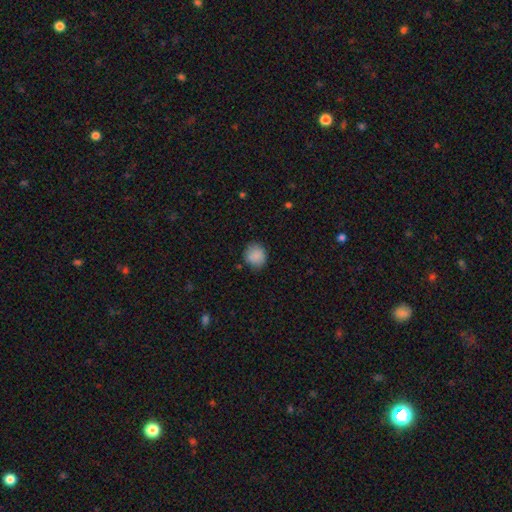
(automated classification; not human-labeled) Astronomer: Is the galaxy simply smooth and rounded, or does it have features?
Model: smooth — 87%.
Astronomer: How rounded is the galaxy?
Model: round — 83%.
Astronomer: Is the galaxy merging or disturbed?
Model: none — 81%.